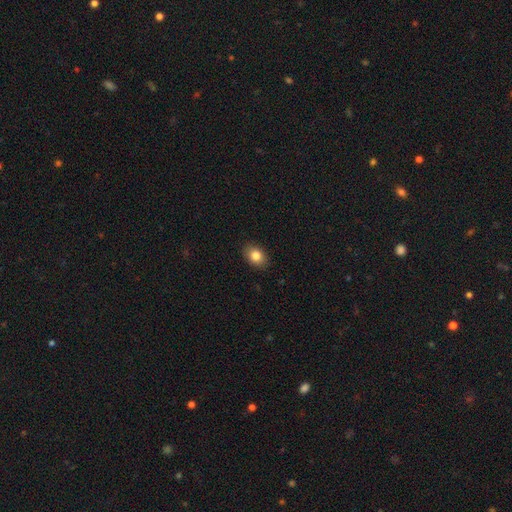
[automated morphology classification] Smooth or featured?
  - smooth: 84% *
  - star or artifact: 9%
  - featured or disk: 7%
How rounded?
  - in between: 74% *
  - round: 25%
  - cigar-shaped: 1%
Merging?
  - none: 89% *
  - minor disturbance: 9%
  - major disturbance: 2%
  - merger: 1%